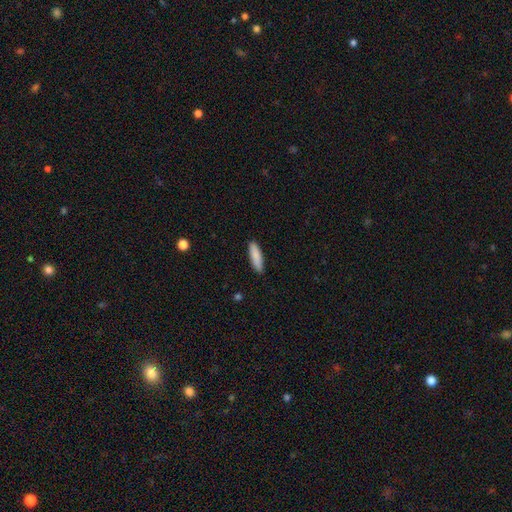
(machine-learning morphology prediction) A smooth galaxy with no disk features (88%) that is cigar-shaped (66%). Merging: none (90%).